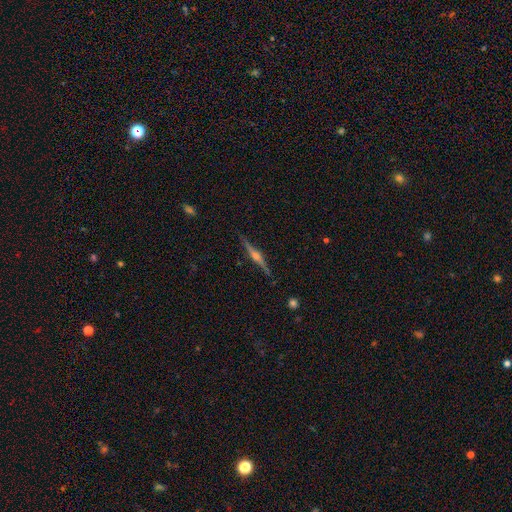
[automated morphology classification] smooth-or-featured: featured or disk: 83% | smooth: 12% | star or artifact: 6%
  disk-edge-on: yes: 98% | no: 2%
    edge-on-bulge: rounded: 90% | boxy: 6% | none: 4%
  merging: none: 88% | minor disturbance: 9% | major disturbance: 2% | merger: 1%